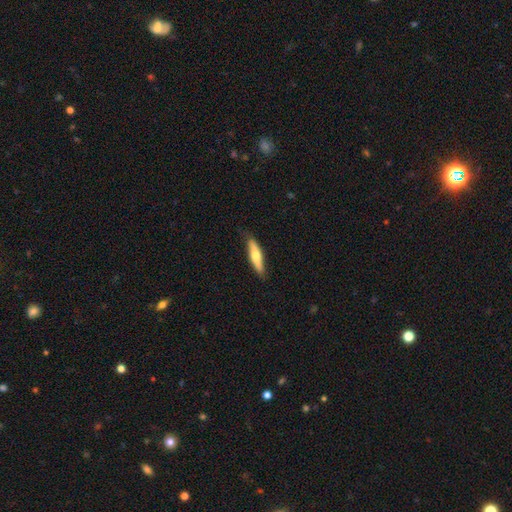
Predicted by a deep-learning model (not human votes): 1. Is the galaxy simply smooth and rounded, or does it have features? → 59% smooth, 36% featured or disk, 5% star or artifact.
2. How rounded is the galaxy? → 74% cigar-shaped, 24% in between, 2% round.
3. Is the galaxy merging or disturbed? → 81% none, 15% minor disturbance, 2% major disturbance, 1% merger.